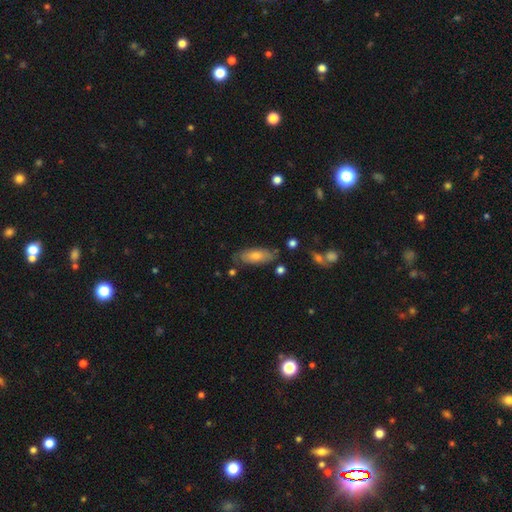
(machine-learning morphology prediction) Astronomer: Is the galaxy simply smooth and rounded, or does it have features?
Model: smooth — 66%.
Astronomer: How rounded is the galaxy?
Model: in between — 72%.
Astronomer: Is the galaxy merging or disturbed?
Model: none — 75%.